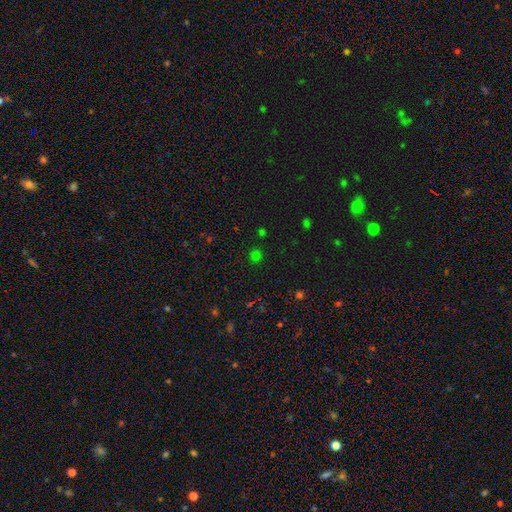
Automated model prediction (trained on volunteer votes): Smooth or featured? smooth (67%)
How rounded? round (90%)
Merging? none (88%)